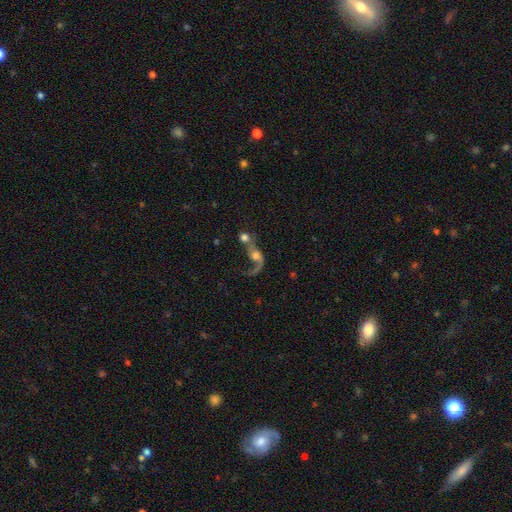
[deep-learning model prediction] featured or disk 60%, smooth 30%, star or artifact 10%. Down the decision tree: edge-on disk — no (94%); bar — no (70%); spiral arms — yes (77%); bulge size — moderate (43%); merging — merger (62%).